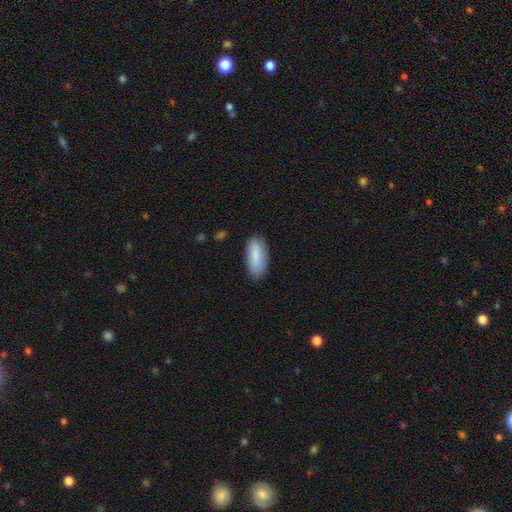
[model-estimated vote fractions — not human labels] Smooth or featured?
  - smooth: 86% *
  - featured or disk: 8%
  - star or artifact: 6%
How rounded?
  - in between: 87% *
  - cigar-shaped: 11%
  - round: 2%
Merging?
  - none: 82% *
  - minor disturbance: 14%
  - major disturbance: 3%
  - merger: 1%